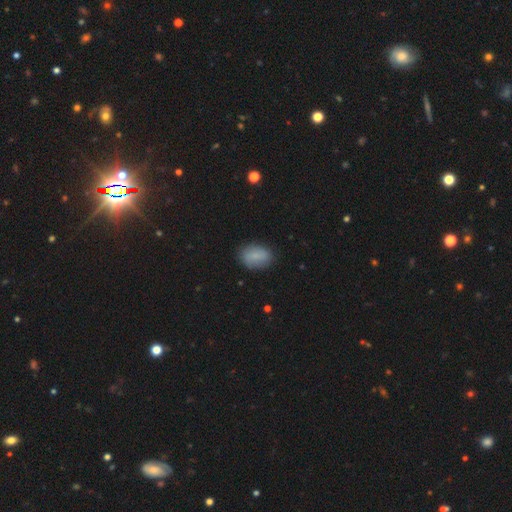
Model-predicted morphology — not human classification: smooth-or-featured: smooth: 81% | featured or disk: 12% | star or artifact: 8%
  how-rounded: in between: 82% | round: 16% | cigar-shaped: 2%
  merging: none: 82% | minor disturbance: 14% | major disturbance: 3% | merger: 1%